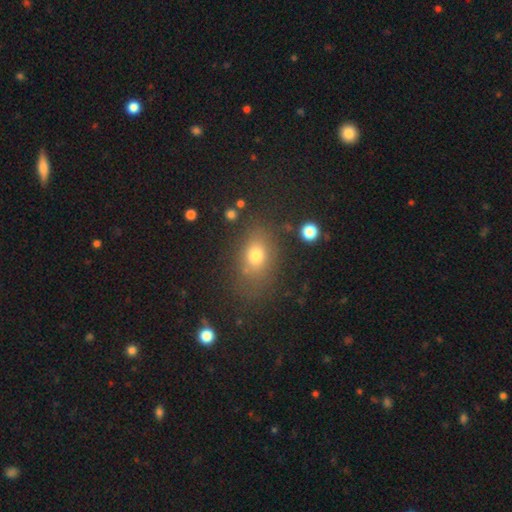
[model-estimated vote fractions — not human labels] This is likely a smooth galaxy (74%). How rounded: likely in between (70%). Merging: likely none (76%).